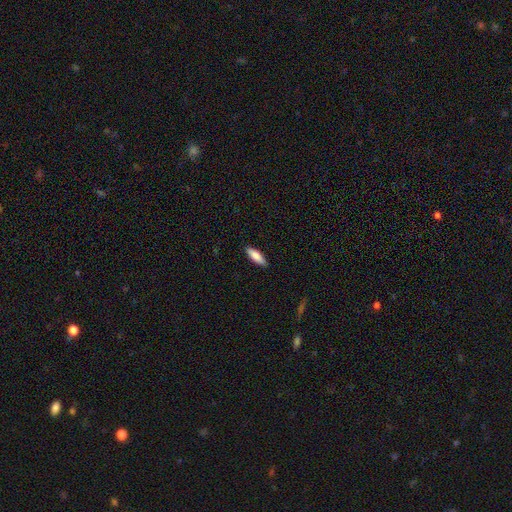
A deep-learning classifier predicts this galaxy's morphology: type=smooth (81%); roundness=cigar-shaped (51%); merging=none (89%).